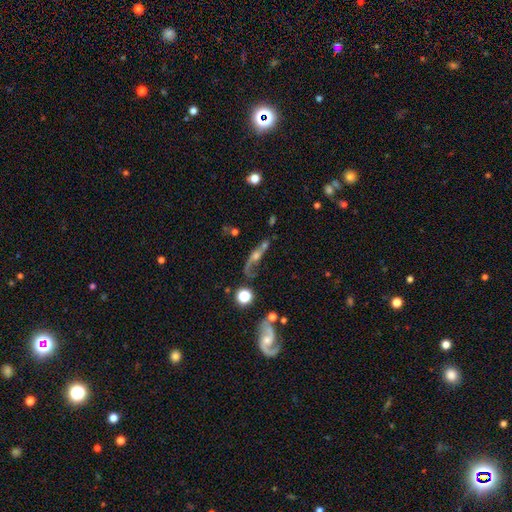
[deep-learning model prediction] The model was most divided on "merging": none: 34%, major disturbance: 29%, merger: 20%, minor disturbance: 18%. More confident: edge-on disk — no (69%); smooth or featured — featured or disk (59%).